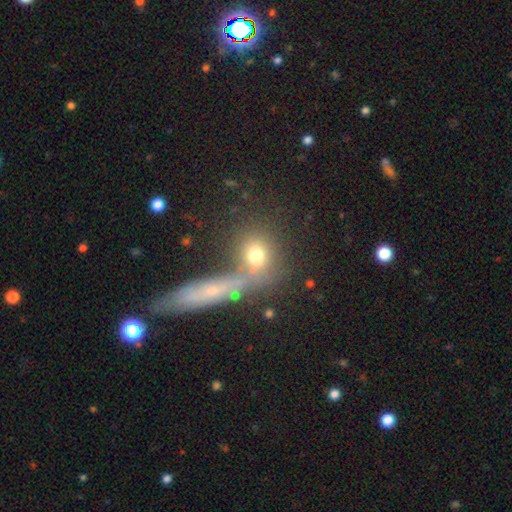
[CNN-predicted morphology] Q: Smooth or featured?
A: smooth (69%); runner-up: featured or disk (16%)
Q: How rounded?
A: round (67%); runner-up: in between (28%)
Q: Merging?
A: none (56%); runner-up: merger (27%)